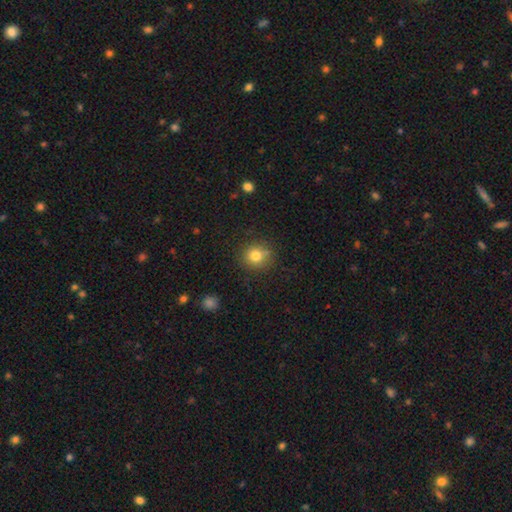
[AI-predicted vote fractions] A smooth galaxy with no disk features (80%) that is round (88%). Merging: none (83%).